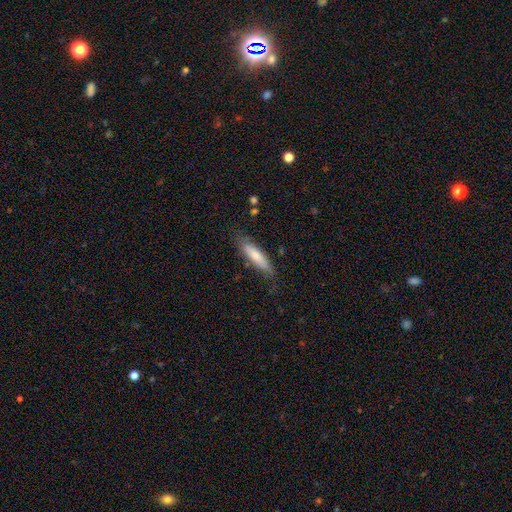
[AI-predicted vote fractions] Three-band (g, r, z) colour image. It shows a smooth galaxy with no disk features (73%) that is cigar-shaped (69%). Merging: none (76%).